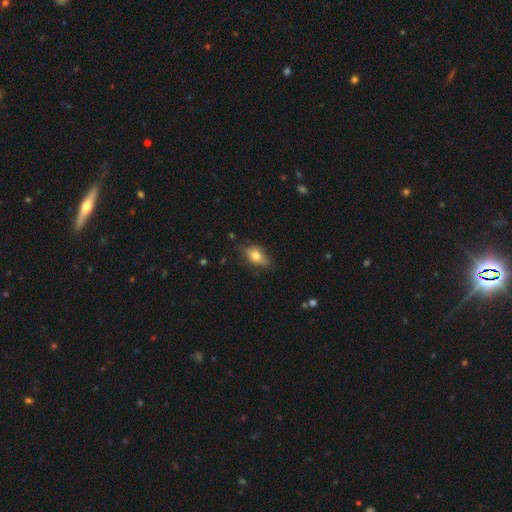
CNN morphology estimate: A smooth galaxy with no disk features (72%) that is in between round and cigar-shaped (82%). Merging: none (70%).